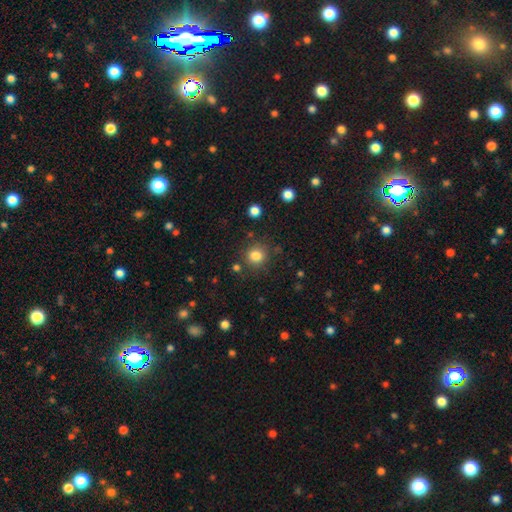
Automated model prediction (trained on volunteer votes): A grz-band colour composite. It shows a smooth galaxy with no disk features (82%) that is round (90%). Merging: none (84%).